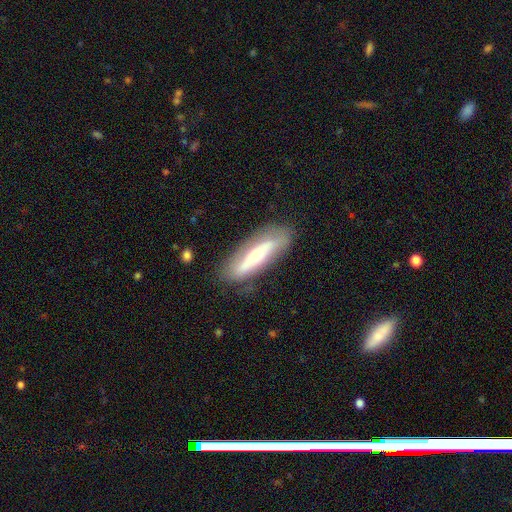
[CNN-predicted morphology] smooth-or-featured: featured or disk: 56% | smooth: 38% | star or artifact: 6%
  disk-edge-on: no: 53% | yes: 47%
  merging: none: 77% | minor disturbance: 16% | major disturbance: 5% | merger: 2%